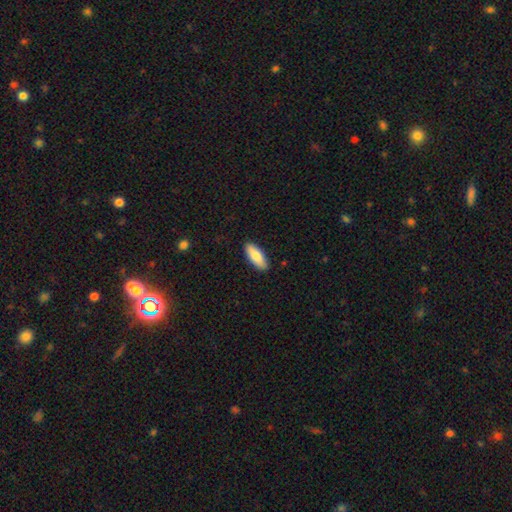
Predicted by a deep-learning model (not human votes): Smooth or featured? Predicted: smooth (p=0.82). How rounded? Predicted: in between (p=0.74). Merging? Predicted: none (p=0.88).